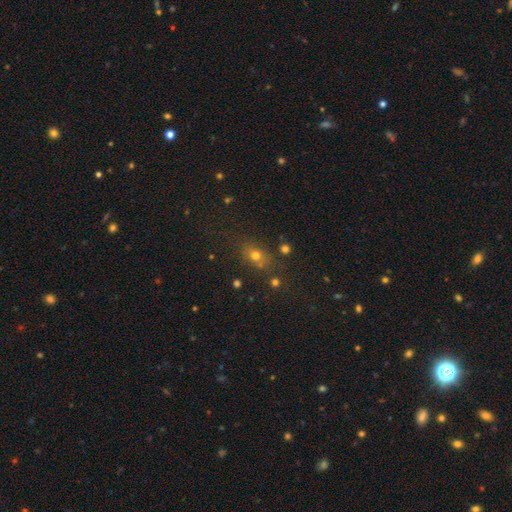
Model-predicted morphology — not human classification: Q: Smooth or featured?
A: smooth (63%); runner-up: star or artifact (24%)
Q: How rounded?
A: in between (51%); runner-up: round (44%)
Q: Merging?
A: none (72%); runner-up: minor disturbance (14%)